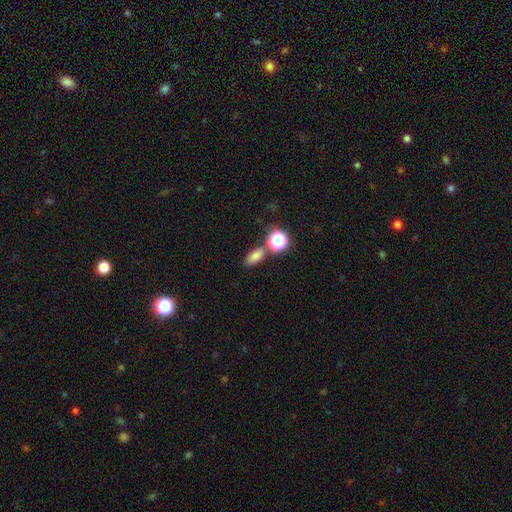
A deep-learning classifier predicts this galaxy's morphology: Smooth or featured? smooth (75%)
How rounded? in between (78%)
Merging? none (71%)